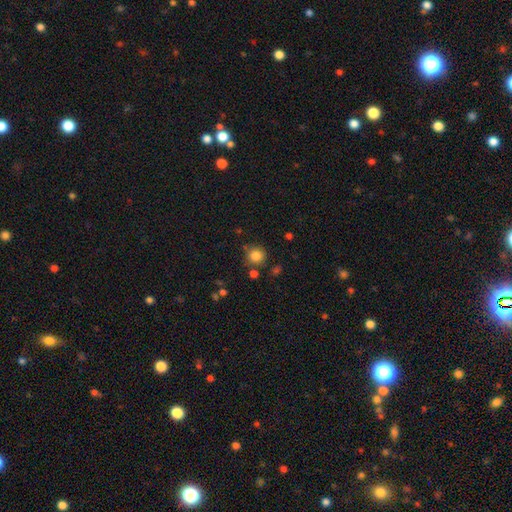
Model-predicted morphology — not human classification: Smooth or featured? Predicted: smooth (p=0.83). How rounded? Predicted: round (p=0.92). Merging? Predicted: none (p=0.80).